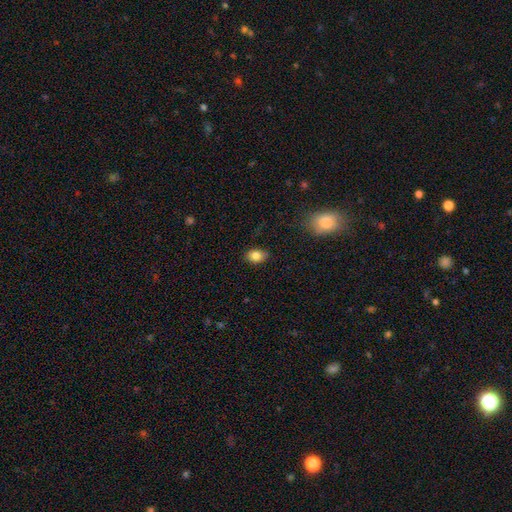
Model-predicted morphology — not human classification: The model was most divided on "how rounded": in between: 80%, round: 19%, cigar-shaped: 1%. More confident: smooth or featured — smooth (83%); merging — none (82%).